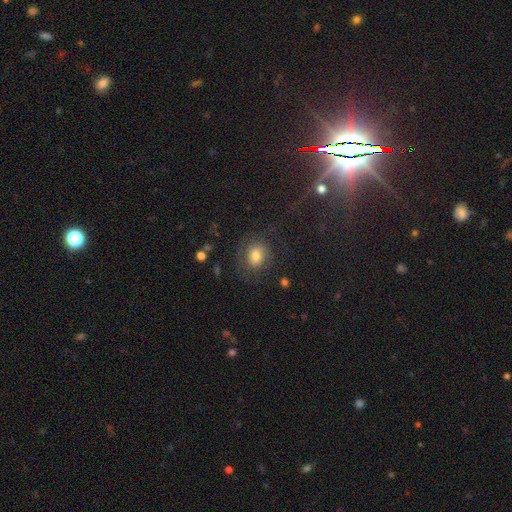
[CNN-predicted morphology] This is likely a smooth galaxy (62%). How rounded: likely round (63%). Merging: likely none (68%).